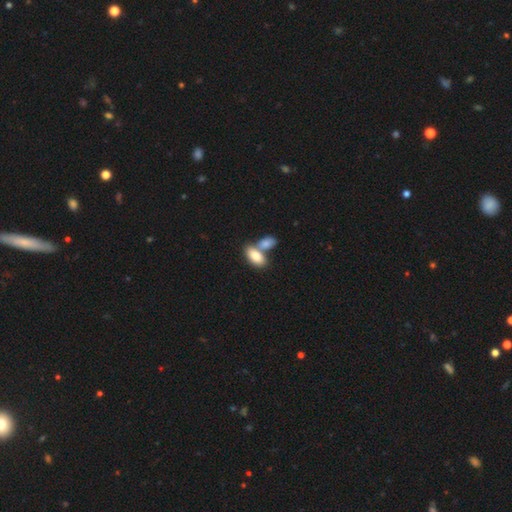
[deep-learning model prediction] This is clearly a smooth galaxy (82%). How rounded: clearly in between (92%). Merging: possibly merger (55%).